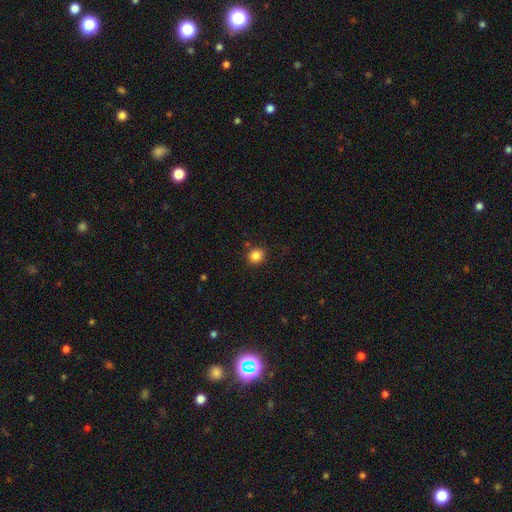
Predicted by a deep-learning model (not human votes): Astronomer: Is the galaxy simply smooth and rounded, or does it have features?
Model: smooth — 85%.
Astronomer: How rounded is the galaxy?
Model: round — 79%.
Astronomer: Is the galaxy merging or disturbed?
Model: none — 84%.